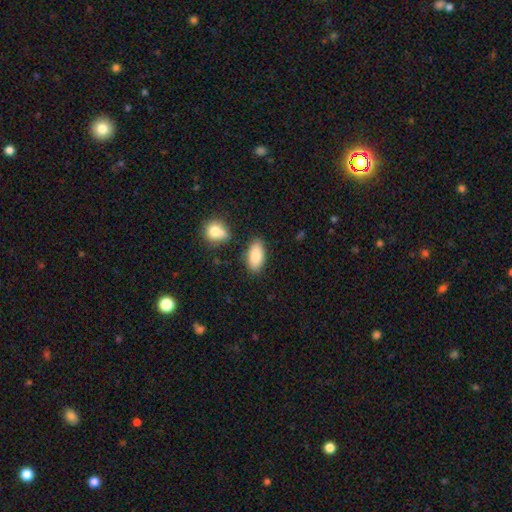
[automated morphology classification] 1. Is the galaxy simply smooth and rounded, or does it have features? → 85% smooth, 9% featured or disk, 6% star or artifact.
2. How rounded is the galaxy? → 92% in between, 4% cigar-shaped, 3% round.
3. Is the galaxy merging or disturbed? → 80% none, 11% minor disturbance, 6% merger, 3% major disturbance.